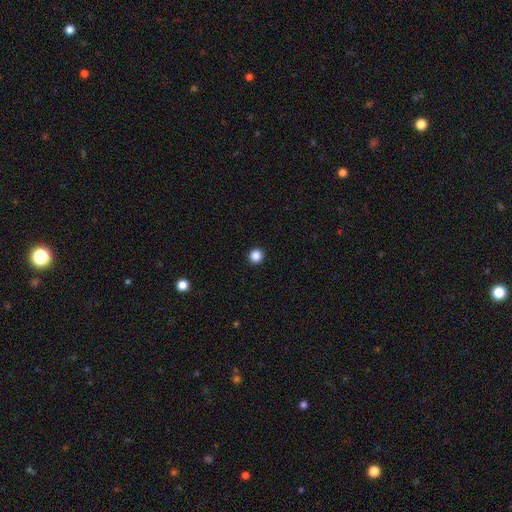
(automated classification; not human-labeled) Q: Smooth or featured?
A: smooth (87%); runner-up: star or artifact (11%)
Q: How rounded?
A: round (96%); runner-up: in between (4%)
Q: Merging?
A: none (94%); runner-up: minor disturbance (4%)